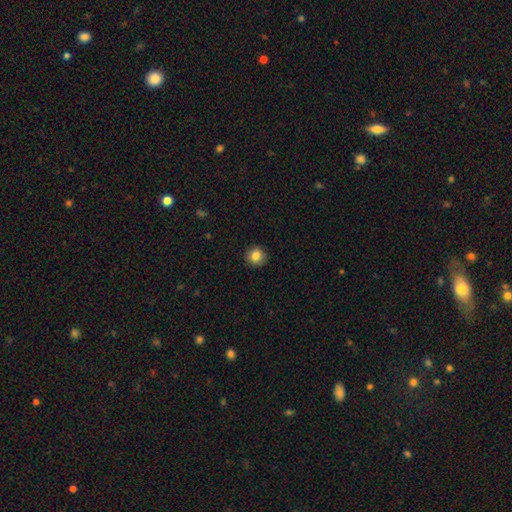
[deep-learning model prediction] This appears to be a smooth galaxy with no disk features (84%) that is round (93%). Merging: none (92%).